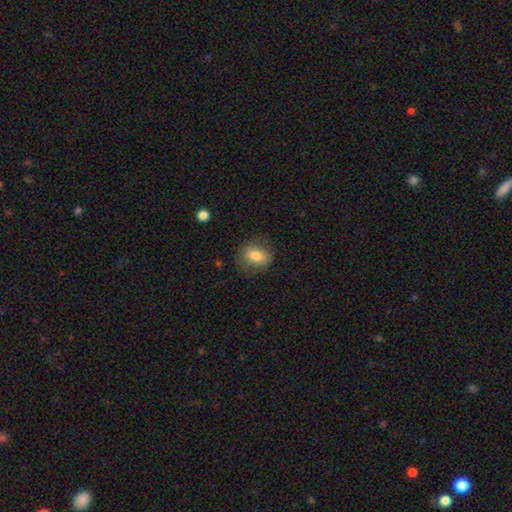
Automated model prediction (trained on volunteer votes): A smooth galaxy with no disk features (79%) that is in between round and cigar-shaped (60%). Merging: none (76%).